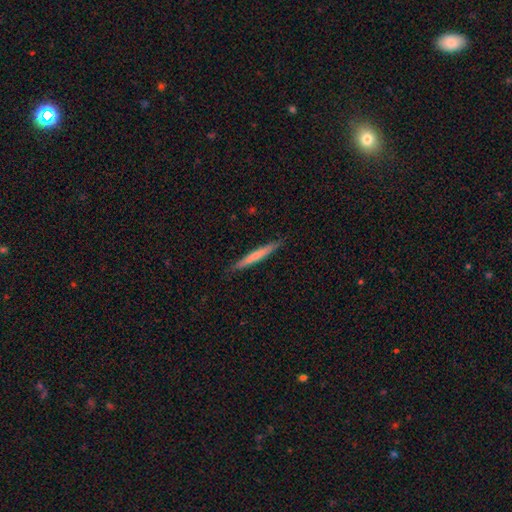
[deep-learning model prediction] smooth_or_featured: smooth (p=0.61) [alt: featured or disk p=0.34]
how_rounded: cigar-shaped (p=0.96) [alt: in between p=0.02]
merging: none (p=0.90) [alt: minor disturbance p=0.08]